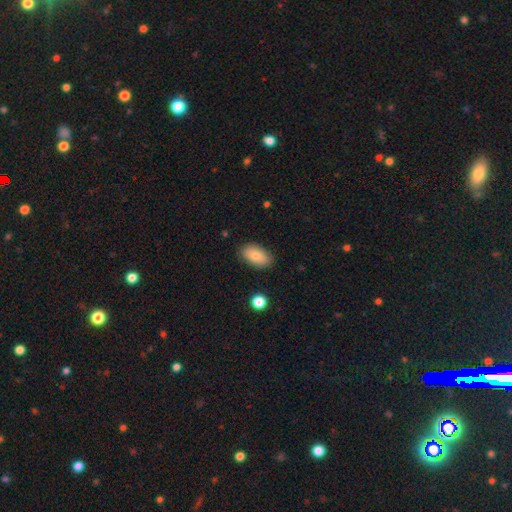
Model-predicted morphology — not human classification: type=smooth (80%); roundness=in between (93%); merging=none (84%).